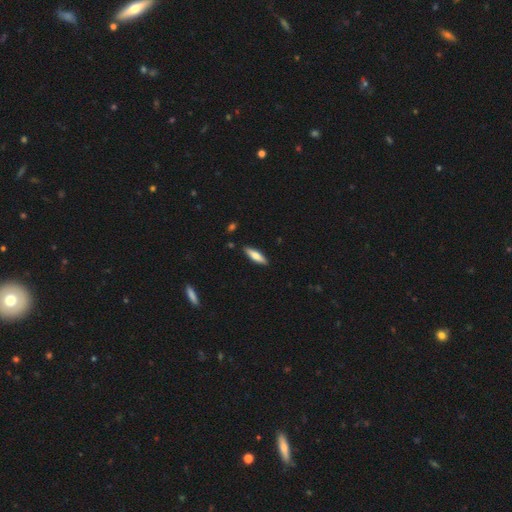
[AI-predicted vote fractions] Morphology: type=smooth (70%); roundness=cigar-shaped (64%); merging=none (89%).